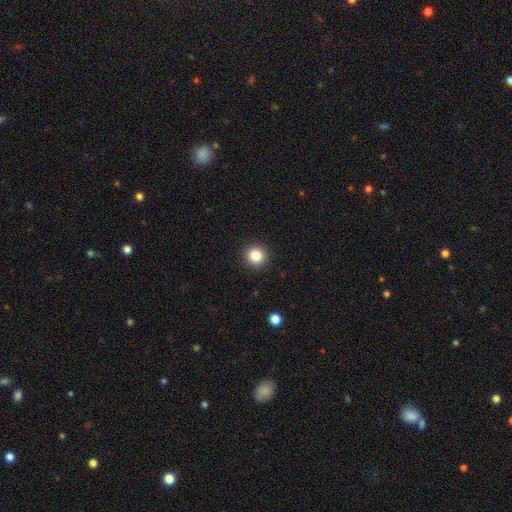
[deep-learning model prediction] Smooth or featured: smooth — 86% (star or artifact — 10%)
How rounded: round — 93% (in between — 6%)
Merging: none — 92% (minor disturbance — 5%)